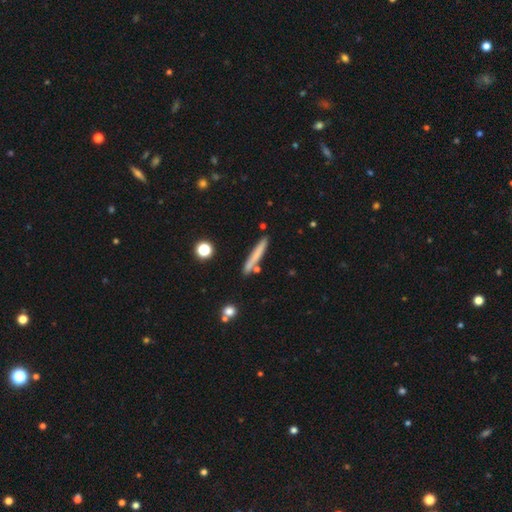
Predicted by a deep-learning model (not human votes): smooth_or_featured: smooth (p=0.67) [alt: featured or disk p=0.26]
how_rounded: cigar-shaped (p=0.95) [alt: in between p=0.03]
merging: none (p=0.82) [alt: minor disturbance p=0.11]